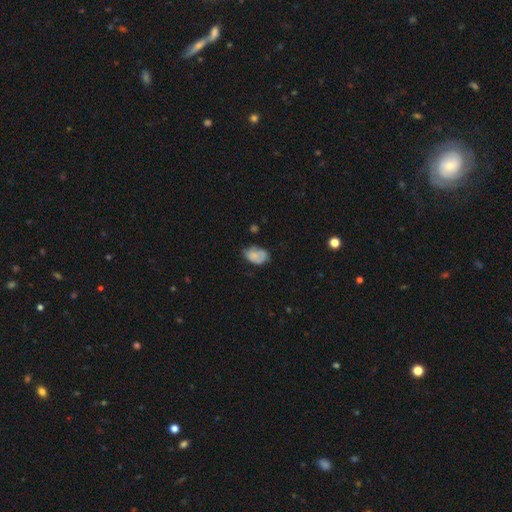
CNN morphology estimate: type=smooth (68%); roundness=in between (84%); merging=none (51%).